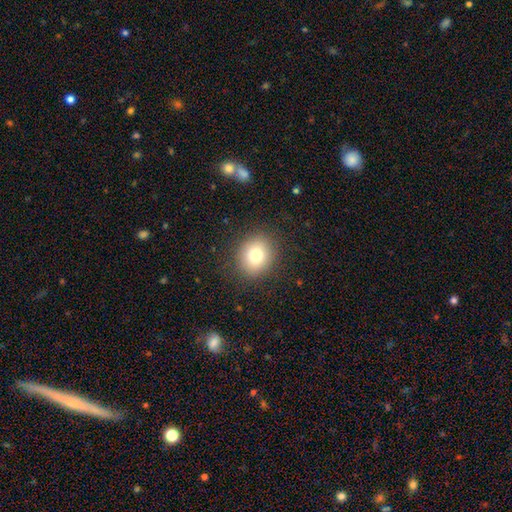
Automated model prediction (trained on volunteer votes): Smooth or featured? smooth (78%)
How rounded? round (73%)
Merging? none (88%)